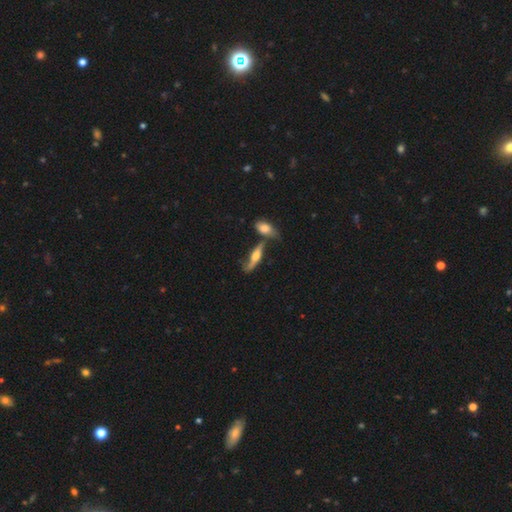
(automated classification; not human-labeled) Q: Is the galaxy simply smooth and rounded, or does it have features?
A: featured or disk — 69%.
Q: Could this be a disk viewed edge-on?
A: yes — 69%.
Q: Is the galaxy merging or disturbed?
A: none — 52%.